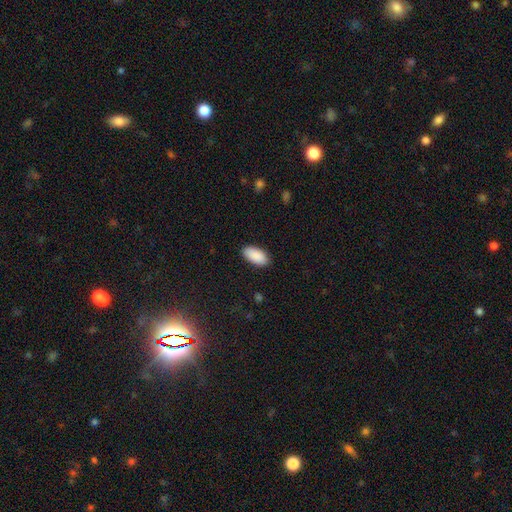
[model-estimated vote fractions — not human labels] smooth 91%, star or artifact 6%, featured or disk 3%. Down the decision tree: how rounded — in between (95%); merging — none (88%).